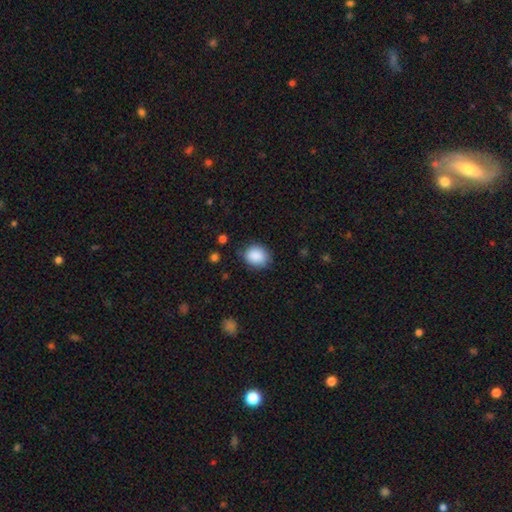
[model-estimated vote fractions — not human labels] Morphology: type=smooth (88%); roundness=round (60%); merging=none (78%).